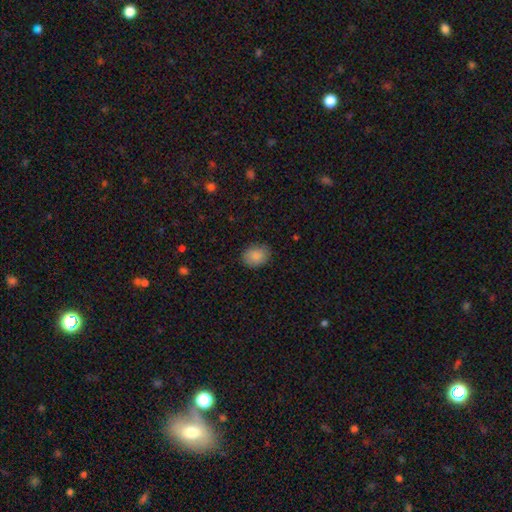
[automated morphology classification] This appears to be a smooth galaxy with no disk features (87%) that is in between round and cigar-shaped (61%). Merging: none (85%).